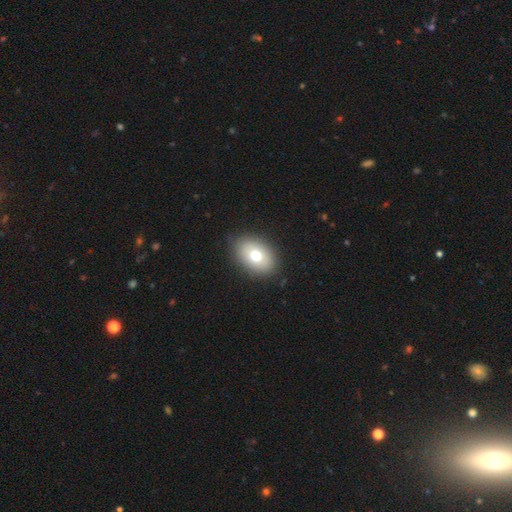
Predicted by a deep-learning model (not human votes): smooth-or-featured: smooth: 73% | featured or disk: 17% | star or artifact: 9%
  how-rounded: in between: 80% | round: 19% | cigar-shaped: 1%
  merging: none: 87% | minor disturbance: 10% | major disturbance: 3% | merger: 1%